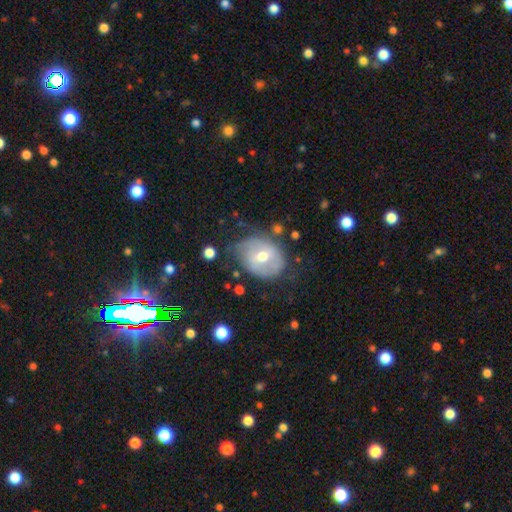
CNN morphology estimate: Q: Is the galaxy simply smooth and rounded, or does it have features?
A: featured or disk — 57%.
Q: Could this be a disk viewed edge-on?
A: no — 95%.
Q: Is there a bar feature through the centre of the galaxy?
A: weak — 41%.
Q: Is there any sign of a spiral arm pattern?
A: yes — 60%.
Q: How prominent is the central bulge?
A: moderate — 65%.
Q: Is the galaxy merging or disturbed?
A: none — 58%.